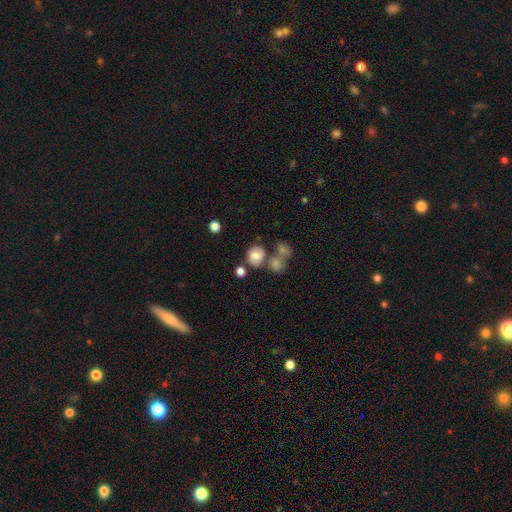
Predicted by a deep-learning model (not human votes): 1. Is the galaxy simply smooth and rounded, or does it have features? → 72% smooth, 18% featured or disk, 10% star or artifact.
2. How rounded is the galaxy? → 70% round, 29% in between, 1% cigar-shaped.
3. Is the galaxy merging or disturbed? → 48% none, 29% merger, 15% minor disturbance, 8% major disturbance.